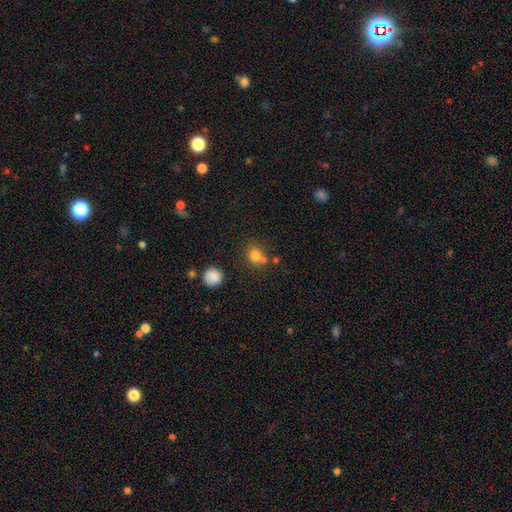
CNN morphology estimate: Smooth or featured: smooth — 78% (star or artifact — 13%)
How rounded: round — 78% (in between — 21%)
Merging: none — 59% (merger — 26%)